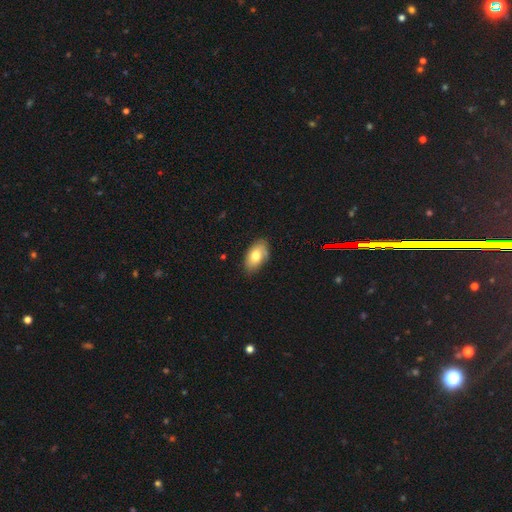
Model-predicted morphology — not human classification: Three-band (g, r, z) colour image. It shows a smooth galaxy with no disk features (72%) that is in between round and cigar-shaped (92%). Merging: none (73%).